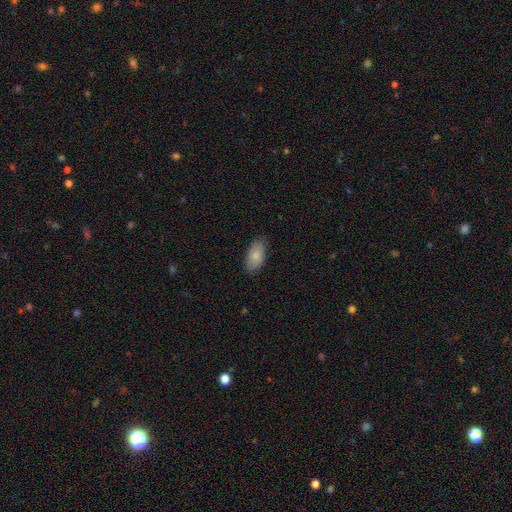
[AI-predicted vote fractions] Smooth or featured: smooth — 82% (featured or disk — 12%)
How rounded: in between — 93% (cigar-shaped — 3%)
Merging: none — 82% (minor disturbance — 14%)